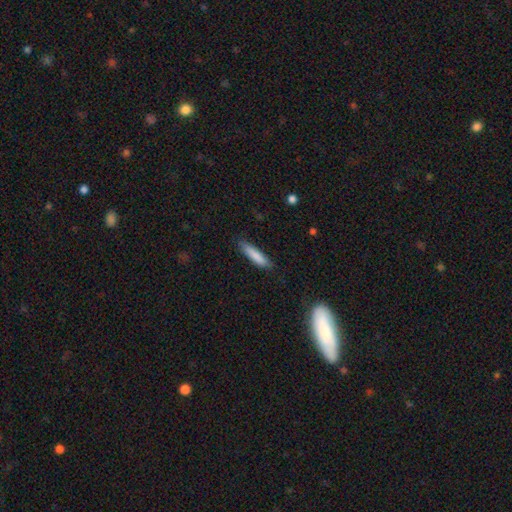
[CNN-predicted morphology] This is clearly a smooth galaxy (83%). How rounded: clearly cigar-shaped (80%). Merging: clearly none (82%).